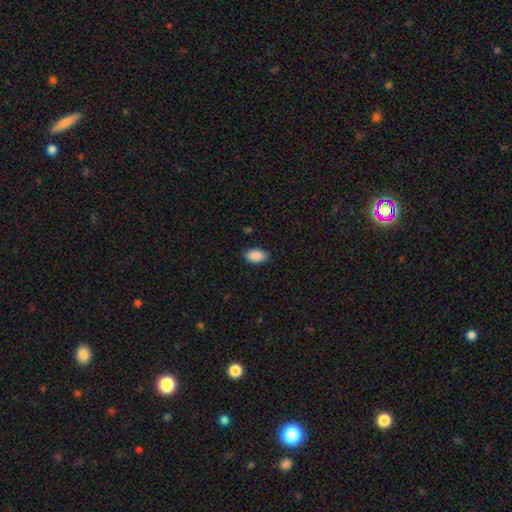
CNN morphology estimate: Q: Smooth or featured?
A: smooth (90%); runner-up: star or artifact (7%)
Q: How rounded?
A: in between (94%); runner-up: round (3%)
Q: Merging?
A: none (88%); runner-up: minor disturbance (9%)